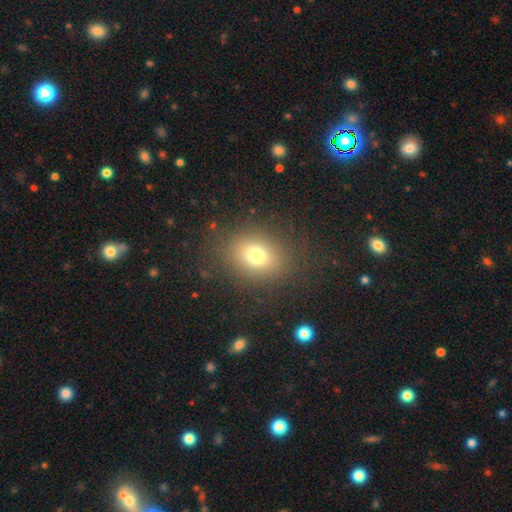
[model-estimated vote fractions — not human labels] Overall: smooth (73%). How rounded: round (51%; in between 47%). Merging: none (83%).